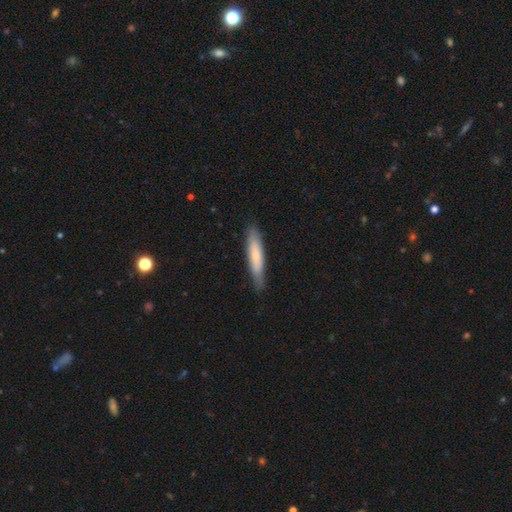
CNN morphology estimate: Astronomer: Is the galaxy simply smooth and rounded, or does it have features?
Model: smooth — 68%.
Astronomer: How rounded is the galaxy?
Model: cigar-shaped — 85%.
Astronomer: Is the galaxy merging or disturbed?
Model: none — 83%.